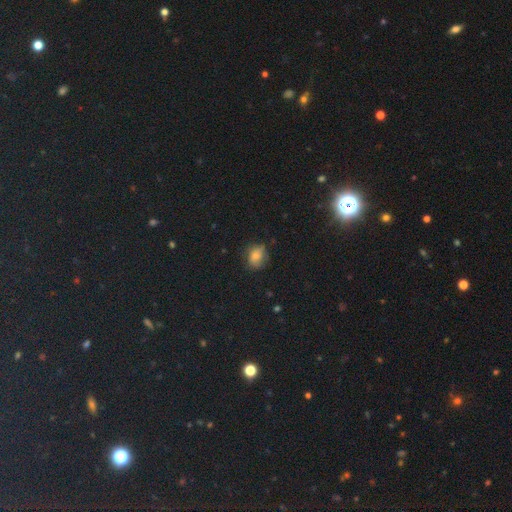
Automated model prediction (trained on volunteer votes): This is likely a smooth galaxy (74%). How rounded: possibly in between (50%). Merging: likely none (68%).